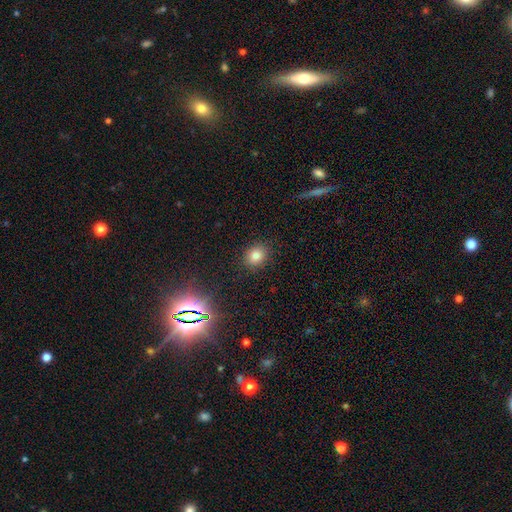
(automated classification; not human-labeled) Smooth or featured? Predicted: smooth (p=0.79). How rounded? Predicted: round (p=0.66). Merging? Predicted: none (p=0.88).